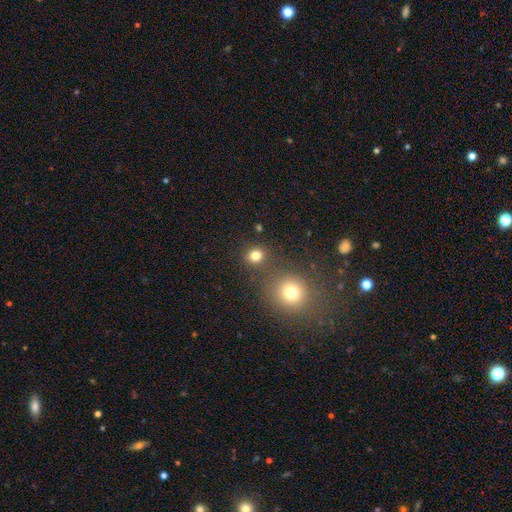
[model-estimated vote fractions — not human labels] Smooth or featured? Predicted: smooth (p=0.79). How rounded? Predicted: round (p=0.83). Merging? Predicted: none (p=0.79).